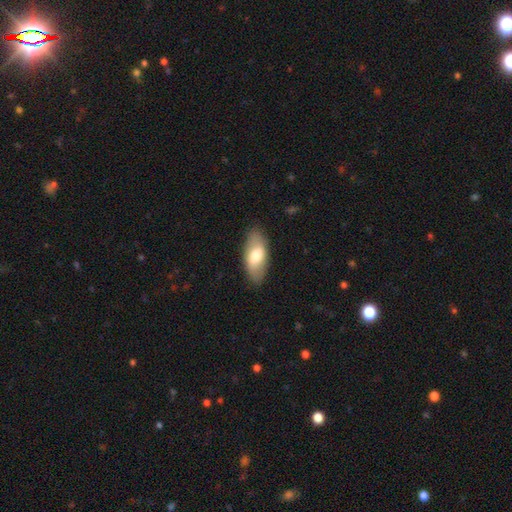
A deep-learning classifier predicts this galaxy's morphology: Smooth or featured?
  - smooth: 66% *
  - featured or disk: 28%
  - star or artifact: 6%
How rounded?
  - in between: 88% *
  - cigar-shaped: 9%
  - round: 3%
Merging?
  - none: 85% *
  - minor disturbance: 11%
  - major disturbance: 3%
  - merger: 1%